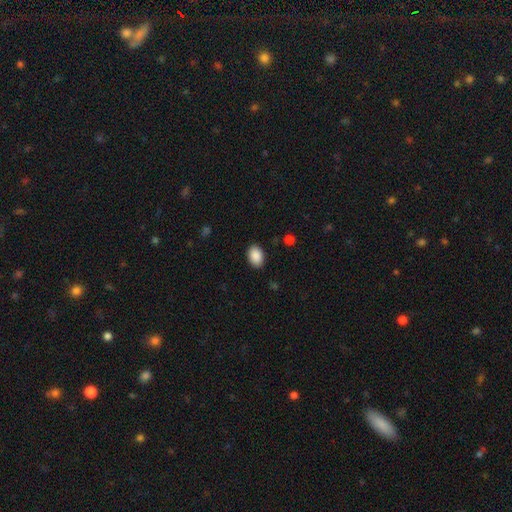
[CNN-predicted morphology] type=smooth (90%); roundness=in between (85%); merging=none (88%).